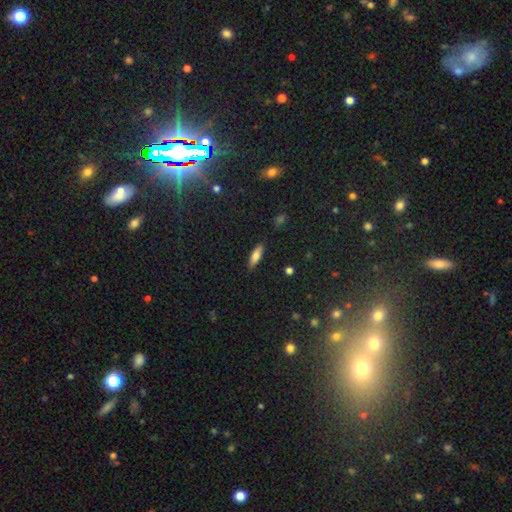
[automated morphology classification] type=smooth (76%); roundness=in between (57%); merging=none (87%).